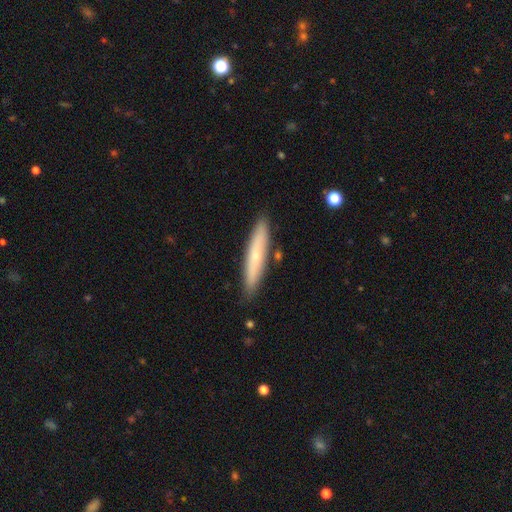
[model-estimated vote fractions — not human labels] Morphology: type=smooth (55%); roundness=cigar-shaped (91%); merging=none (87%).